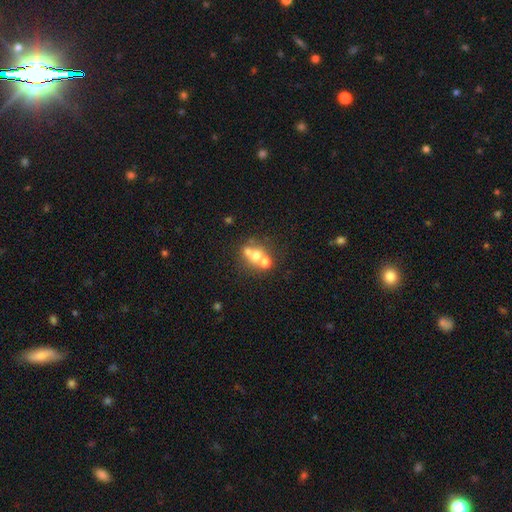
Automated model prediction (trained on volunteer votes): This appears to be a smooth galaxy with no disk features (55%) that is round (73%). Merging: merger (53%).